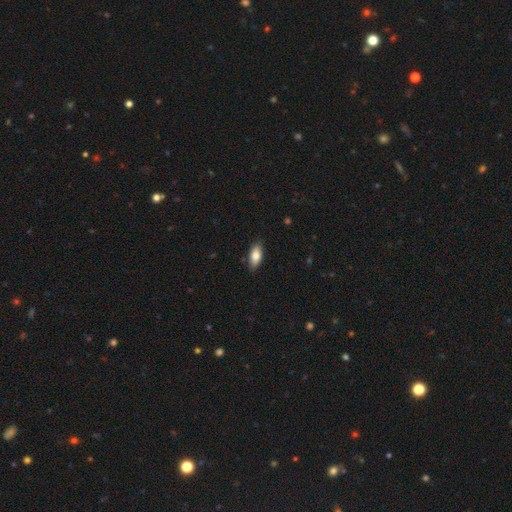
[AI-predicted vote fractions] Morphology: type=smooth (79%); roundness=in between (86%); merging=none (86%).